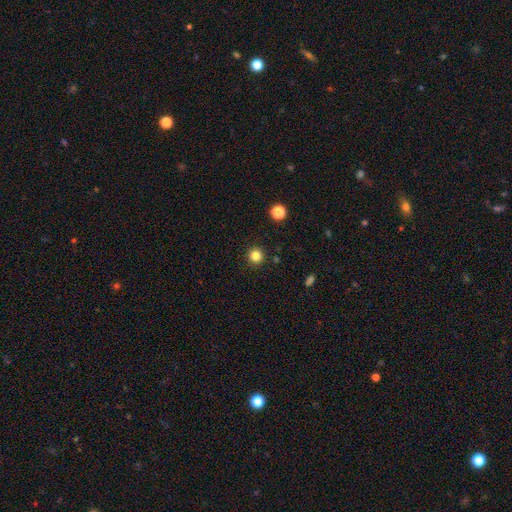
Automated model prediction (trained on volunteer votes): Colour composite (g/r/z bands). It shows a smooth galaxy with no disk features (82%) that is round (96%). Merging: none (93%).